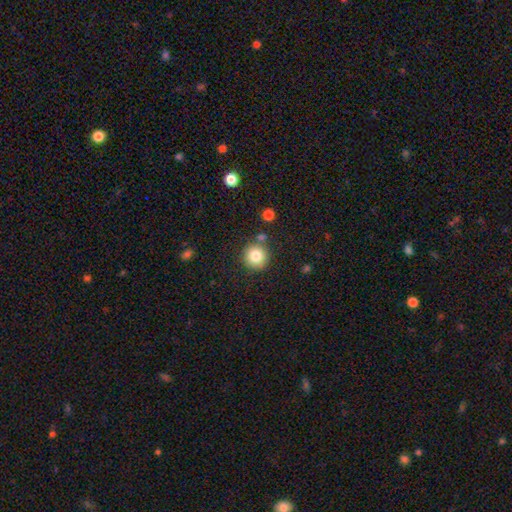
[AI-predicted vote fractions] The model was most divided on "smooth or featured": smooth: 81%, star or artifact: 11%, featured or disk: 9%. More confident: how rounded — round (93%); merging — none (82%).